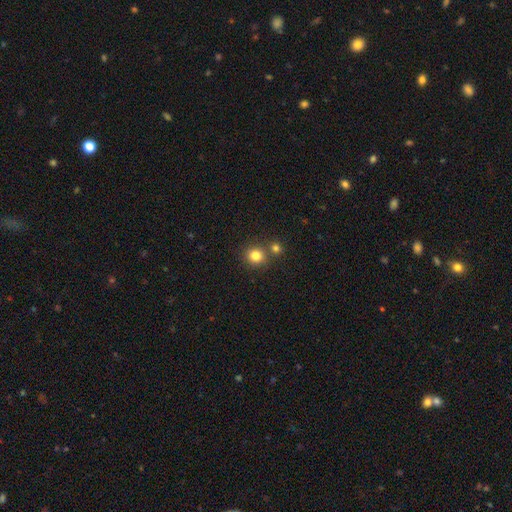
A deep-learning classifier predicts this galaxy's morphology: A smooth galaxy with no disk features (81%) that is round (88%). Merging: none (72%).